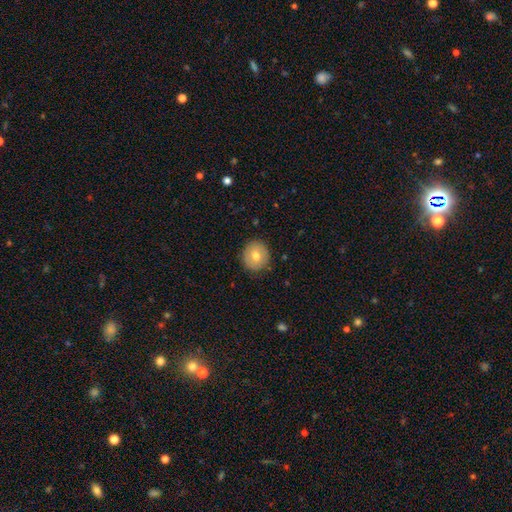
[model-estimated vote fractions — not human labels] Smooth or featured? smooth (71%)
How rounded? round (88%)
Merging? none (89%)